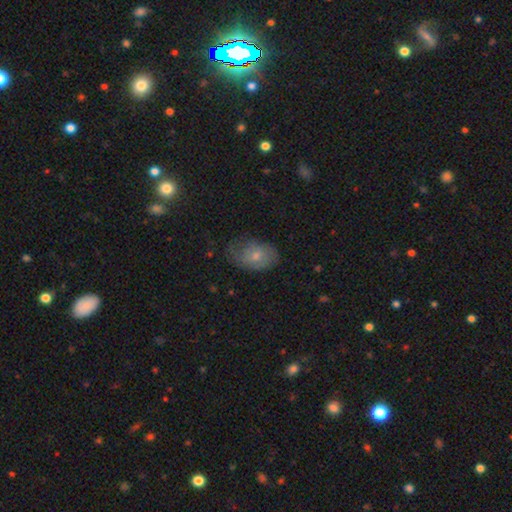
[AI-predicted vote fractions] Smooth or featured: smooth — 58% (featured or disk — 34%)
How rounded: in between — 83% (round — 16%)
Merging: none — 53% (minor disturbance — 32%)